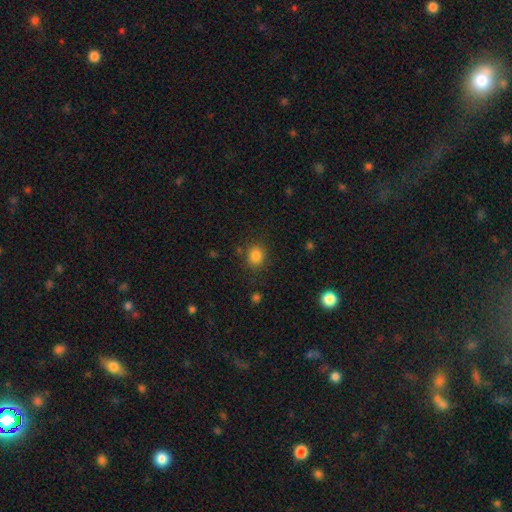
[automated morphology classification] This appears to be a smooth galaxy with no disk features (83%) that is round (77%). Merging: none (84%).